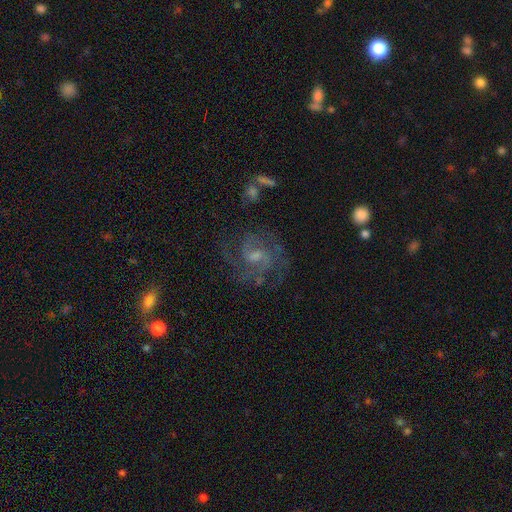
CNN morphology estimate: Smooth or featured?
  - featured or disk: 83% *
  - star or artifact: 10%
  - smooth: 8%
Edge-on disk?
  - no: 98% *
  - yes: 2%
Bar?
  - weak: 54% *
  - no: 35%
  - strong: 11%
Spiral arms?
  - yes: 96% *
  - no: 4%
Spiral winding?
  - medium: 50% *
  - tight: 37%
  - loose: 14%
Spiral arm count?
  - 2: 37% *
  - 3: 25%
  - can't tell: 20%
  - 4: 8%
  - 1: 5%
  - more than 4: 5%
Bulge size?
  - small: 50% *
  - moderate: 37%
  - none: 9%
  - large: 3%
  - dominant: 1%
Merging?
  - none: 72% *
  - minor disturbance: 15%
  - major disturbance: 11%
  - merger: 2%